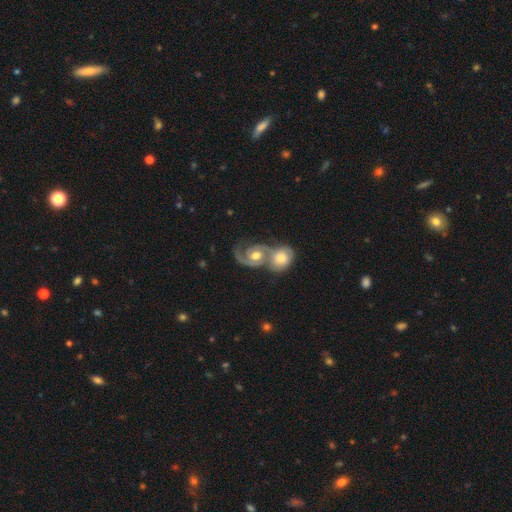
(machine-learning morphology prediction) Smooth or featured? Predicted: featured or disk (p=0.83). Edge-on disk? Predicted: no (p=0.98). Bar? Predicted: no (p=0.62). Spiral arms? Predicted: yes (p=0.95). Spiral winding? Predicted: medium (p=0.46). Spiral arm count? Predicted: 2 (p=0.78). Bulge size? Predicted: moderate (p=0.68). Merging? Predicted: merger (p=0.67).